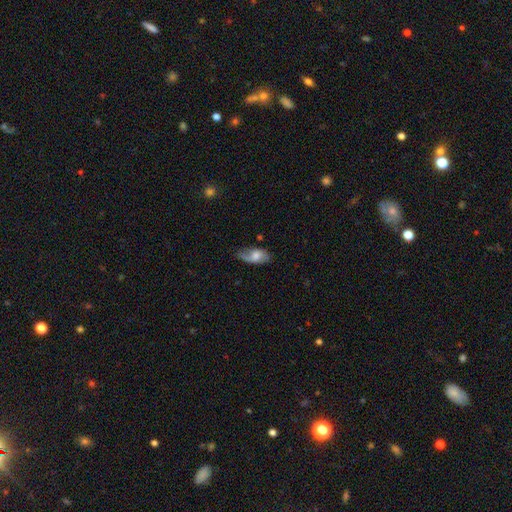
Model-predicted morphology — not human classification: smooth_or_featured: smooth (p=0.52) [alt: featured or disk p=0.41]
how_rounded: in between (p=0.89) [alt: cigar-shaped p=0.06]
merging: none (p=0.55) [alt: minor disturbance p=0.30]